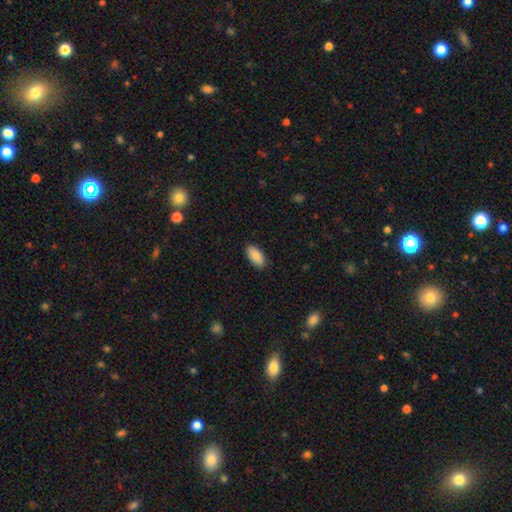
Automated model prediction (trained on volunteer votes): Smooth or featured?
  - smooth: 86% *
  - featured or disk: 7%
  - star or artifact: 7%
How rounded?
  - in between: 93% *
  - cigar-shaped: 4%
  - round: 2%
Merging?
  - none: 87% *
  - minor disturbance: 10%
  - major disturbance: 2%
  - merger: 1%